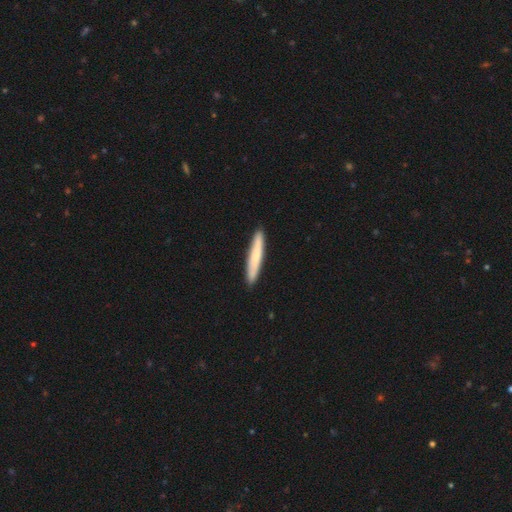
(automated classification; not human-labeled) A smooth galaxy with no disk features (71%) that is cigar-shaped (95%). Merging: none (91%).